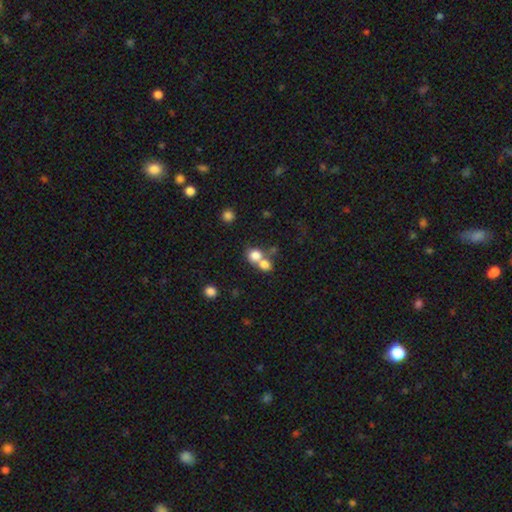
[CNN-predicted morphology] smooth 76%, star or artifact 12%, featured or disk 11%. Down the decision tree: how rounded — round (73%); merging — merger (58%).